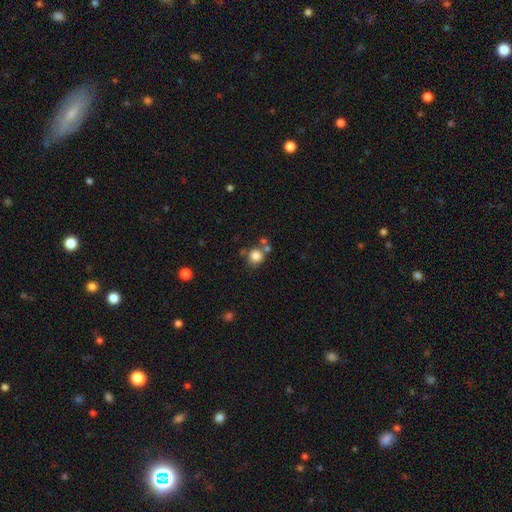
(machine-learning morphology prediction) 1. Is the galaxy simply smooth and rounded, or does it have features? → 83% smooth, 11% star or artifact, 6% featured or disk.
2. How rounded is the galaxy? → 89% round, 10% in between, 1% cigar-shaped.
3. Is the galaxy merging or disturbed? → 63% none, 21% merger, 12% minor disturbance, 5% major disturbance.